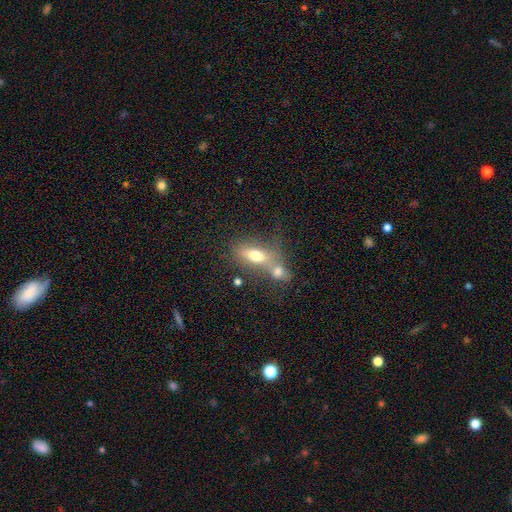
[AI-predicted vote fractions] Morphology: type=smooth (65%); roundness=in between (75%); merging=merger (50%).